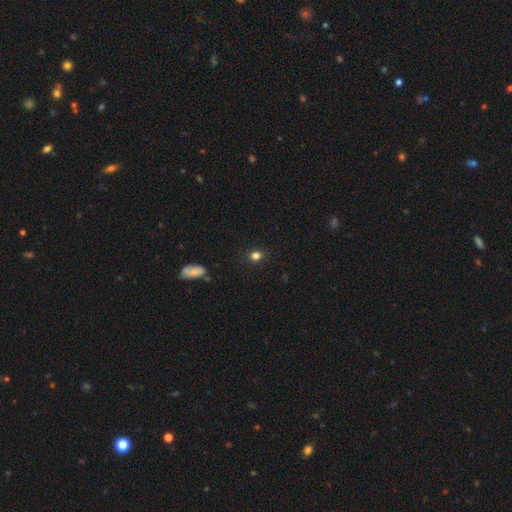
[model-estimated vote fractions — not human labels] The model was most divided on "how rounded": round: 76%, in between: 23%, cigar-shaped: 1%. More confident: merging — none (88%); smooth or featured — smooth (81%).